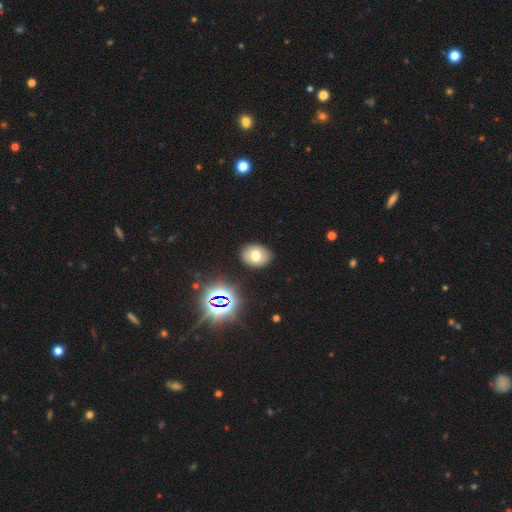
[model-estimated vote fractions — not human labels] The model was most divided on "how rounded": in between: 61%, round: 38%, cigar-shaped: 1%. More confident: merging — none (87%); smooth or featured — smooth (68%).